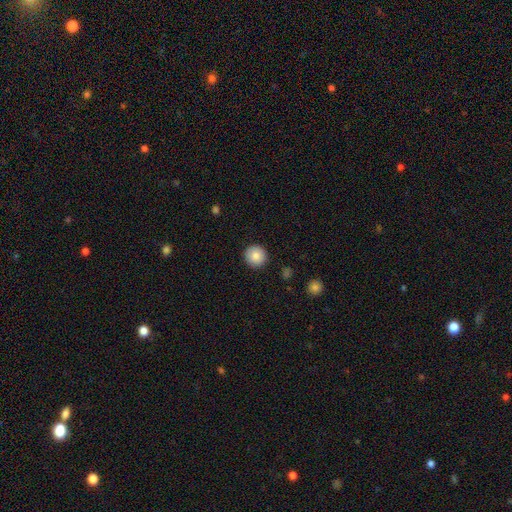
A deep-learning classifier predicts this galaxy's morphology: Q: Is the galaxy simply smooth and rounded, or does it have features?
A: smooth — 84%.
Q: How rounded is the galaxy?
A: round — 95%.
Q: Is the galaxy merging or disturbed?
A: none — 92%.